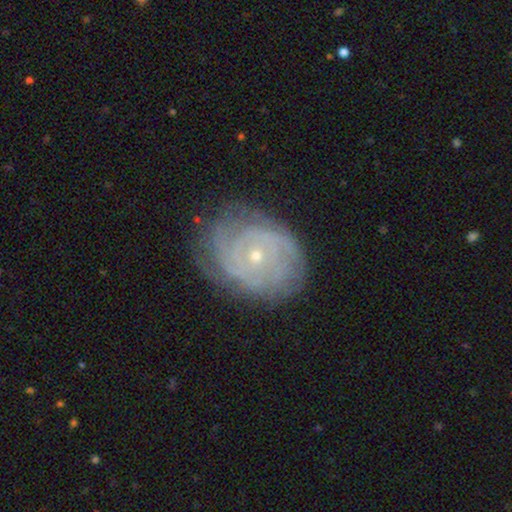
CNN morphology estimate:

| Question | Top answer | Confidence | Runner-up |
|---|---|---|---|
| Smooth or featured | featured or disk | 84% | smooth (10%) |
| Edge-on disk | no | 97% | yes (3%) |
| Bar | no | 78% | weak (18%) |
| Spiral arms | yes | 93% | no (7%) |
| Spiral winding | tight | 79% | medium (17%) |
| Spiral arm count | can't tell | 38% | 2 (21%) |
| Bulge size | small | 76% | moderate (21%) |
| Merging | none | 75% | minor disturbance (18%) |